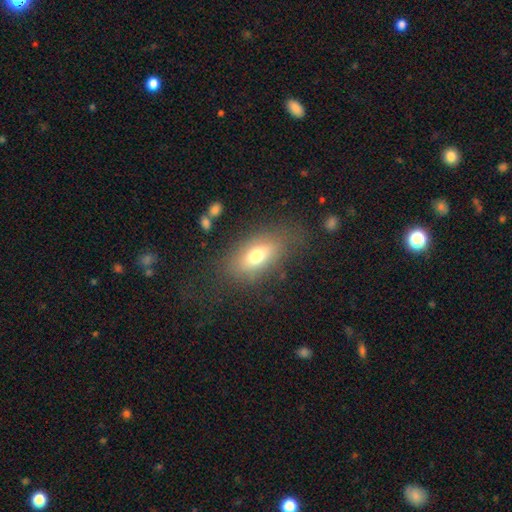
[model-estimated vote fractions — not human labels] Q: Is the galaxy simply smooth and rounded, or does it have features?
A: smooth — 70%.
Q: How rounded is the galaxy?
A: in between — 82%.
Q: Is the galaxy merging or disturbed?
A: none — 71%.